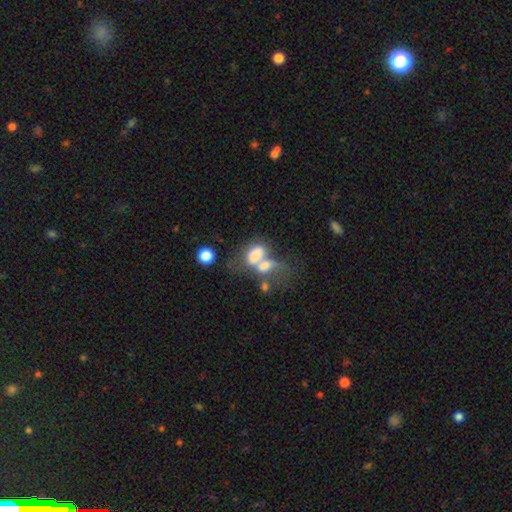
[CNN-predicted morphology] smooth-or-featured: smooth: 63% | featured or disk: 26% | star or artifact: 12%
  how-rounded: in between: 86% | round: 11% | cigar-shaped: 3%
  merging: merger: 65% | major disturbance: 16% | none: 12% | minor disturbance: 7%